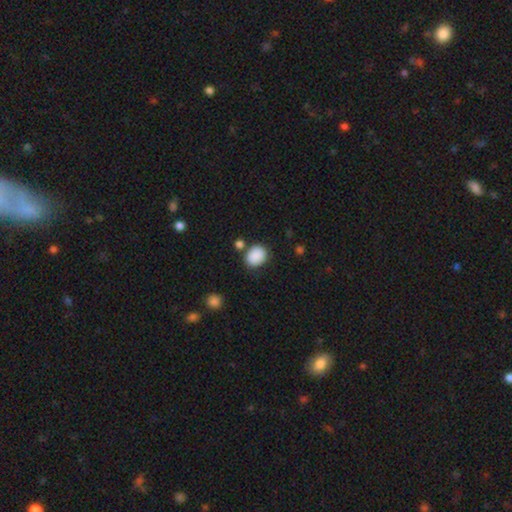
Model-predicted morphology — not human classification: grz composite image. It shows a smooth galaxy with no disk features (88%) that is round (53%). Merging: none (75%).